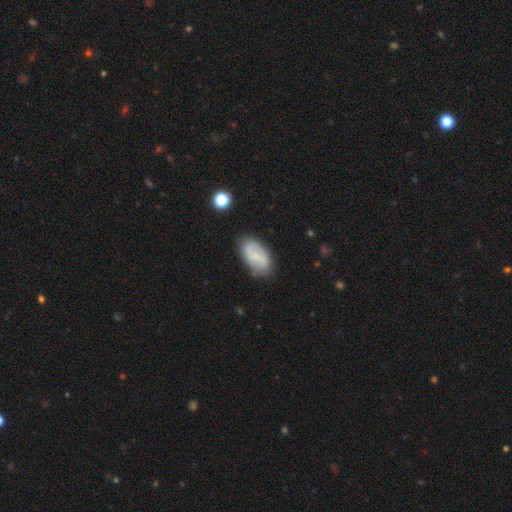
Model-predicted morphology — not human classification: smooth 58%, featured or disk 35%, star or artifact 7%. Down the decision tree: how rounded — in between (93%); merging — none (80%).